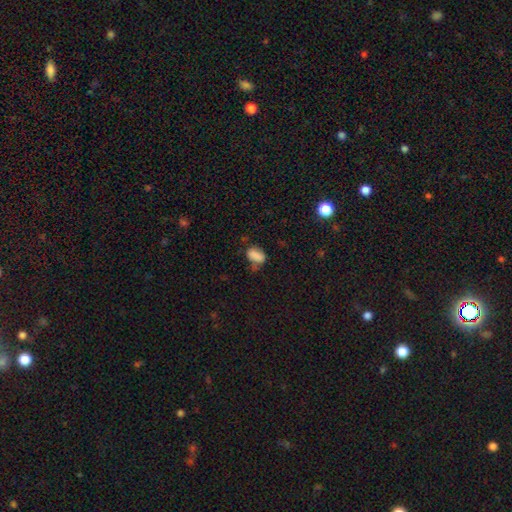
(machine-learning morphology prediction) This appears to be a smooth galaxy with no disk features (81%) that is in between round and cigar-shaped (86%). Merging: none (52%).